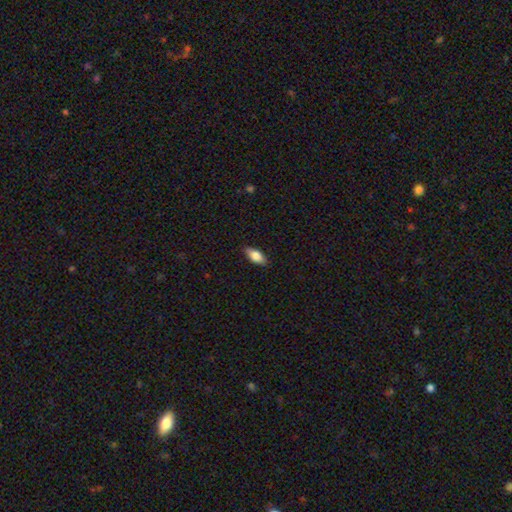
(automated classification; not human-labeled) smooth 79%, featured or disk 14%, star or artifact 7%. Down the decision tree: how rounded — in between (85%); merging — none (87%).